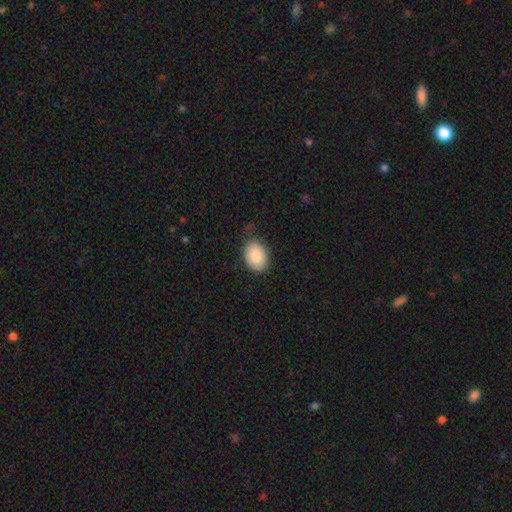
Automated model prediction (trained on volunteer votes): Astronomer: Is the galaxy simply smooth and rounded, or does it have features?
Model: smooth — 89%.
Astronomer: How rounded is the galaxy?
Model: in between — 81%.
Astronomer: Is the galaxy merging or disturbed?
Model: none — 75%.